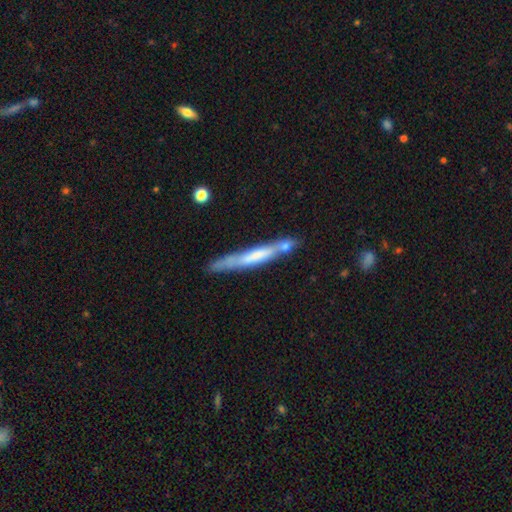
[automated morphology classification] featured or disk 47%, smooth 46%, star or artifact 6%. Down the decision tree: merging — none (67%).